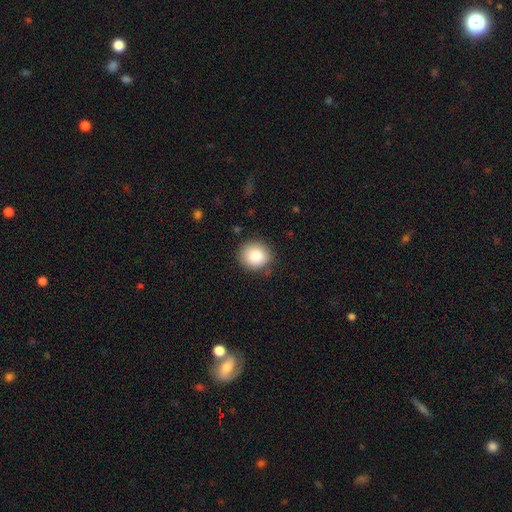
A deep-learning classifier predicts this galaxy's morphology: type=smooth (85%); roundness=round (82%); merging=none (84%).